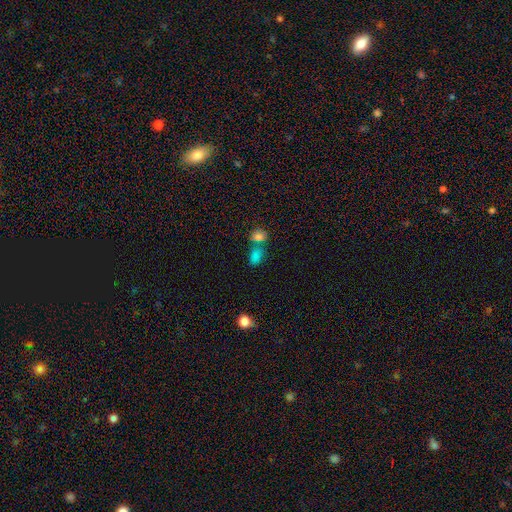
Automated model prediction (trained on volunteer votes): A smooth galaxy with no disk features (79%) that is in between round and cigar-shaped (78%). Merging: none (45%).